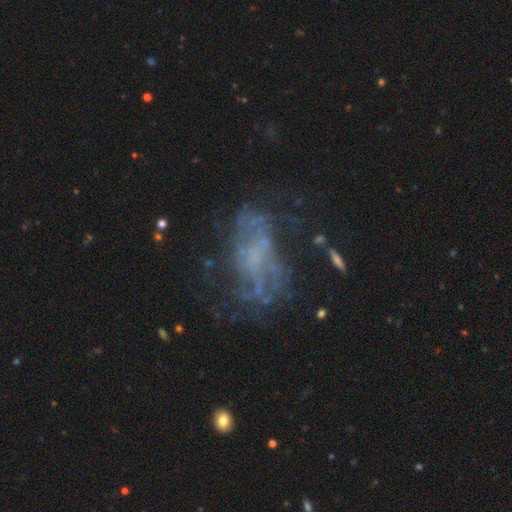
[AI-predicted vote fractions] This is likely a featured or disk galaxy (66%). It is clearly not viewed edge-on (96%). Bar: likely no (72%). Spiral arm pattern: likely no (61%). Central bulge: likely none (68%). Merging: marginally none (44%).